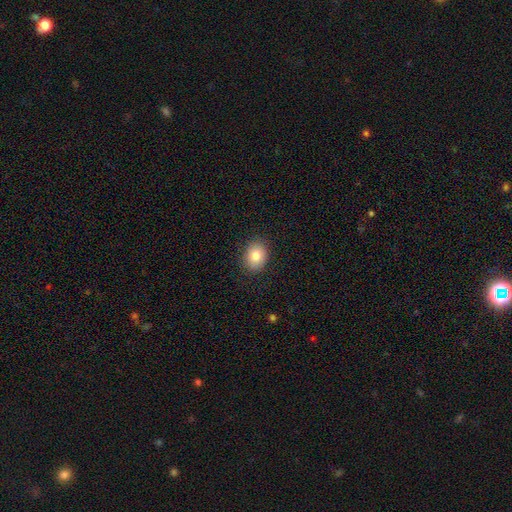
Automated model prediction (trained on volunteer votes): Q: Smooth or featured?
A: smooth (84%); runner-up: star or artifact (8%)
Q: How rounded?
A: in between (59%); runner-up: round (40%)
Q: Merging?
A: none (87%); runner-up: minor disturbance (9%)